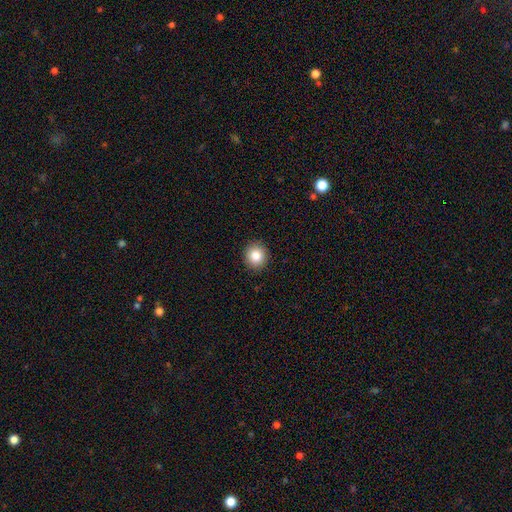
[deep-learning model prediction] Q: Smooth or featured?
A: smooth (84%); runner-up: star or artifact (10%)
Q: How rounded?
A: round (87%); runner-up: in between (12%)
Q: Merging?
A: none (92%); runner-up: minor disturbance (6%)